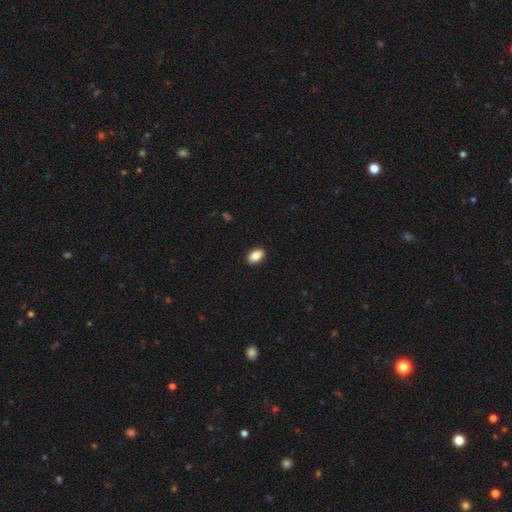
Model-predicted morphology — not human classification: Smooth or featured? smooth (88%)
How rounded? in between (91%)
Merging? none (91%)